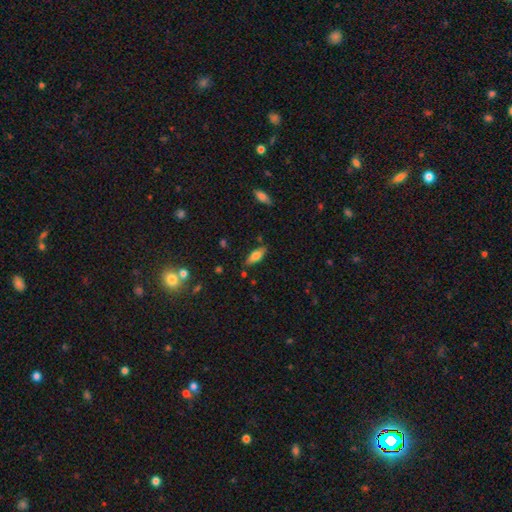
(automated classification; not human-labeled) A smooth galaxy with no disk features (70%) that is in between round and cigar-shaped (74%). Merging: none (79%).